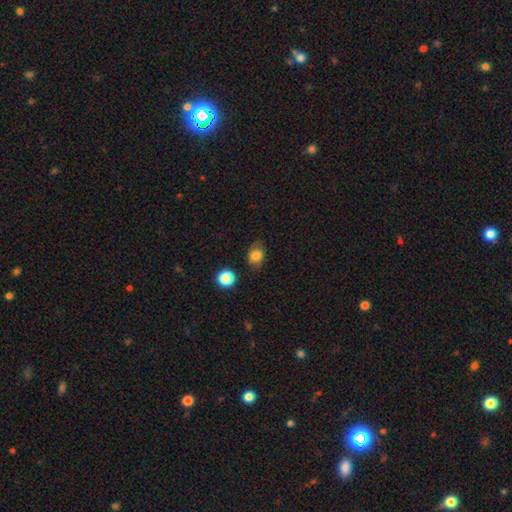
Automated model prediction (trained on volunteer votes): smooth_or_featured: smooth (p=0.80) [alt: star or artifact p=0.12]
how_rounded: round (p=0.50) [alt: in between p=0.49]
merging: none (p=0.70) [alt: minor disturbance p=0.21]